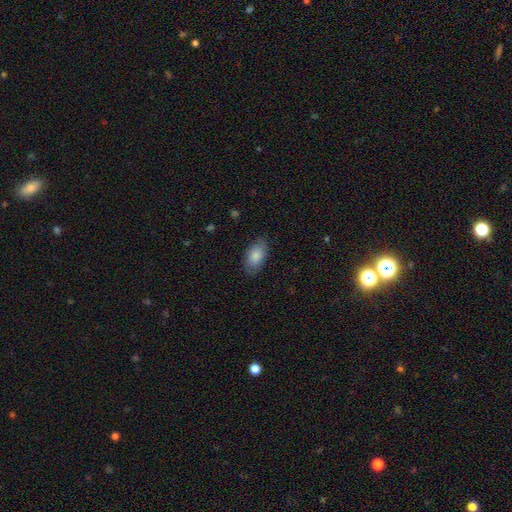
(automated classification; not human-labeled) Q: Smooth or featured?
A: smooth (84%); runner-up: featured or disk (10%)
Q: How rounded?
A: in between (93%); runner-up: round (5%)
Q: Merging?
A: none (83%); runner-up: minor disturbance (13%)